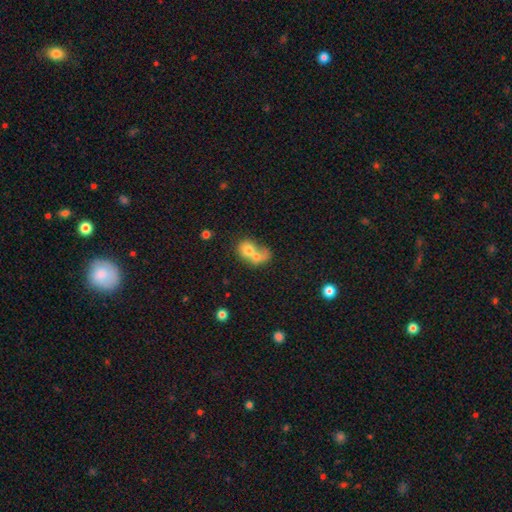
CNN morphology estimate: Smooth or featured? Predicted: smooth (p=0.62). How rounded? Predicted: round (p=0.54). Merging? Predicted: merger (p=0.72).